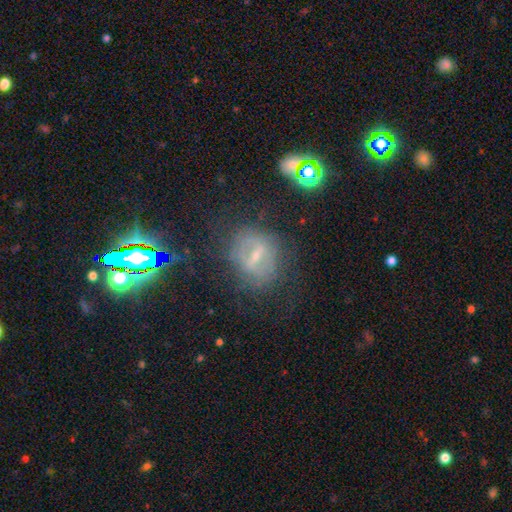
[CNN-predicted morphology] A featured or disk galaxy (54%). Merging: none (65%).